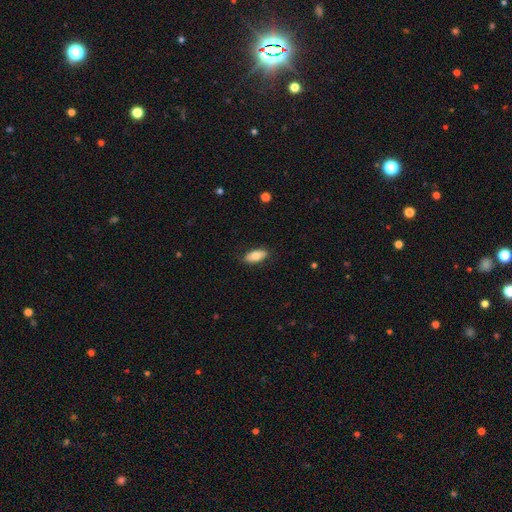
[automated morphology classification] Smooth or featured?
  - smooth: 76% *
  - featured or disk: 18%
  - star or artifact: 6%
How rounded?
  - in between: 90% *
  - cigar-shaped: 7%
  - round: 3%
Merging?
  - none: 83% *
  - minor disturbance: 14%
  - major disturbance: 3%
  - merger: 1%